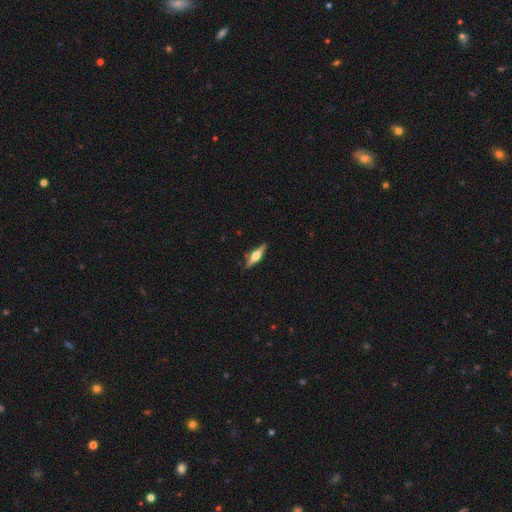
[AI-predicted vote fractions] Smooth or featured?
  - featured or disk: 67% *
  - smooth: 27%
  - star or artifact: 6%
Edge-on disk?
  - yes: 96% *
  - no: 4%
Edge-on bulge?
  - rounded: 93% *
  - boxy: 5%
  - none: 2%
Merging?
  - none: 87% *
  - minor disturbance: 9%
  - major disturbance: 2%
  - merger: 2%